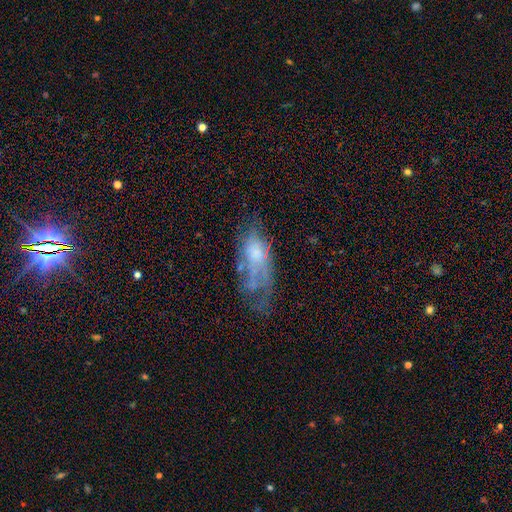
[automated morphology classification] Smooth or featured? Predicted: featured or disk (p=0.50). Merging? Predicted: none (p=0.38).